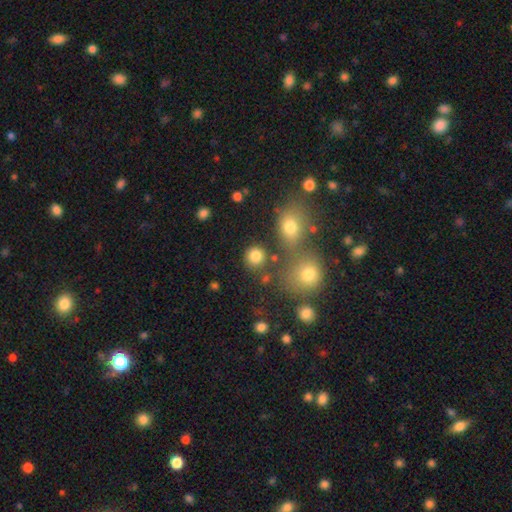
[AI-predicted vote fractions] Smooth or featured? smooth (82%)
How rounded? round (89%)
Merging? none (77%)